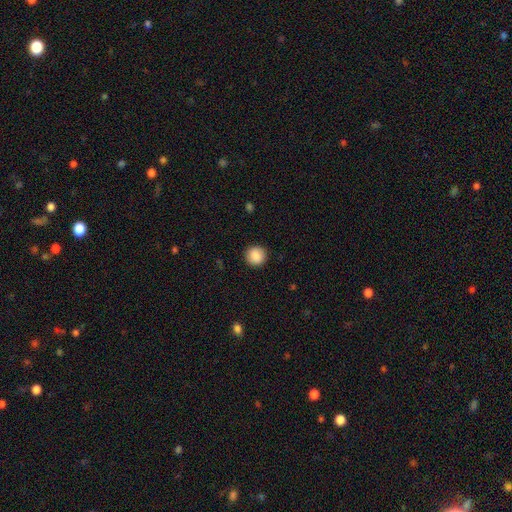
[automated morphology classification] Smooth or featured? smooth (89%)
How rounded? round (93%)
Merging? none (92%)